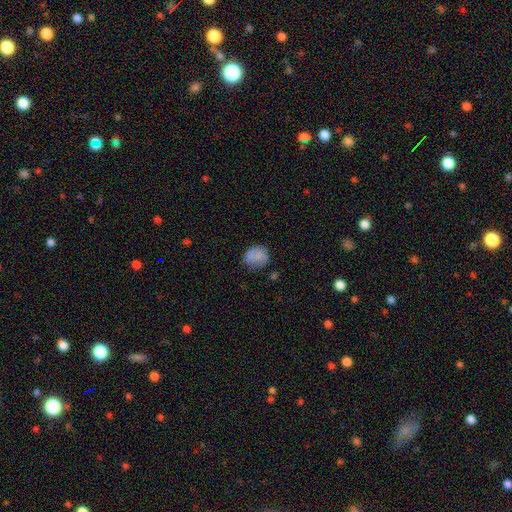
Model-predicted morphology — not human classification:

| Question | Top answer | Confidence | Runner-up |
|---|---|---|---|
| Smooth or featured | smooth | 73% | featured or disk (18%) |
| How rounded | round | 74% | in between (25%) |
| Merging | none | 63% | minor disturbance (25%) |